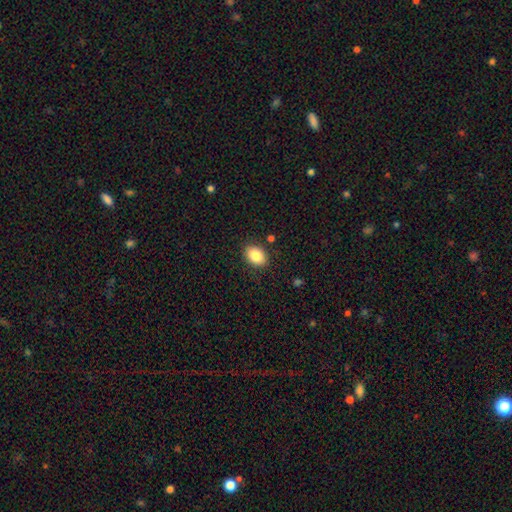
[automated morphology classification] This is clearly a smooth galaxy (85%). How rounded: likely in between (76%). Merging: clearly none (86%).